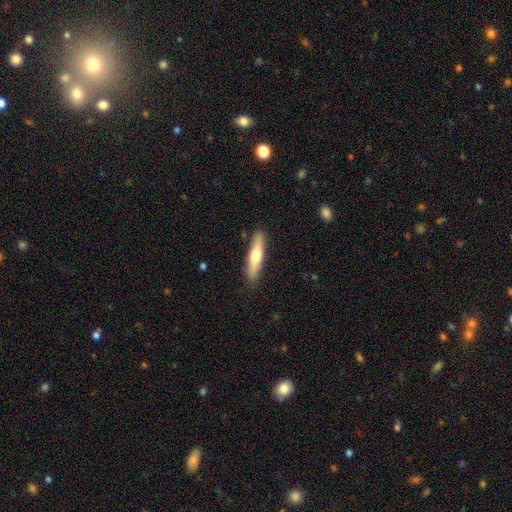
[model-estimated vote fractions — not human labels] Overall: smooth (59%; featured or disk 36%). How rounded: cigar-shaped (83%). Merging: none (88%).